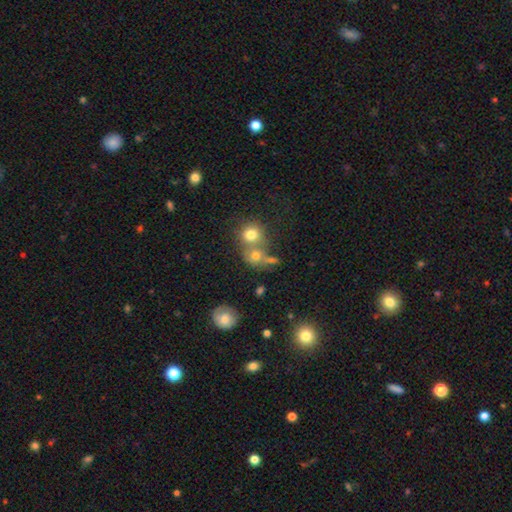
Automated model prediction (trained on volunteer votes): Morphology: type=smooth (71%); roundness=round (75%); merging=merger (48%).